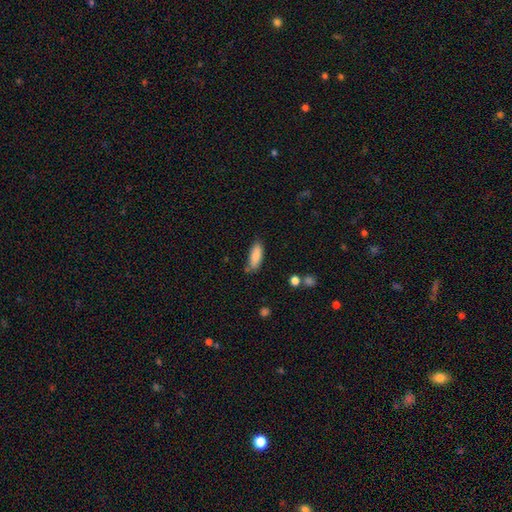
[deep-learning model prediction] smooth-or-featured: smooth: 87% | star or artifact: 6% | featured or disk: 6%
  how-rounded: in between: 68% | cigar-shaped: 30% | round: 2%
  merging: none: 73% | minor disturbance: 19% | merger: 4% | major disturbance: 4%